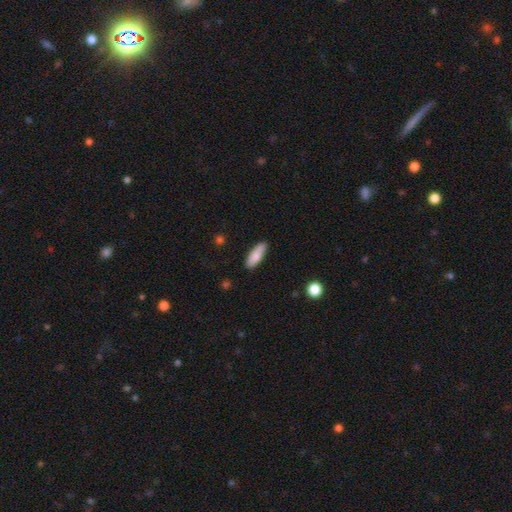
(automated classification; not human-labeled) This is clearly a smooth galaxy (83%). How rounded: likely in between (61%). Merging: clearly none (82%).